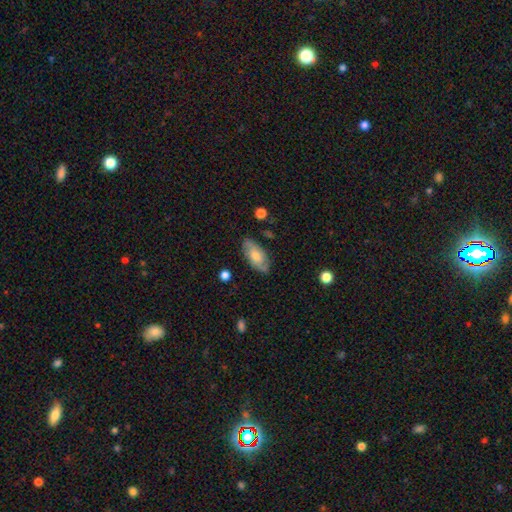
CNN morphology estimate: smooth_or_featured: smooth (p=0.54) [alt: featured or disk p=0.39]
how_rounded: in between (p=0.89) [alt: cigar-shaped p=0.08]
merging: none (p=0.80) [alt: minor disturbance p=0.16]